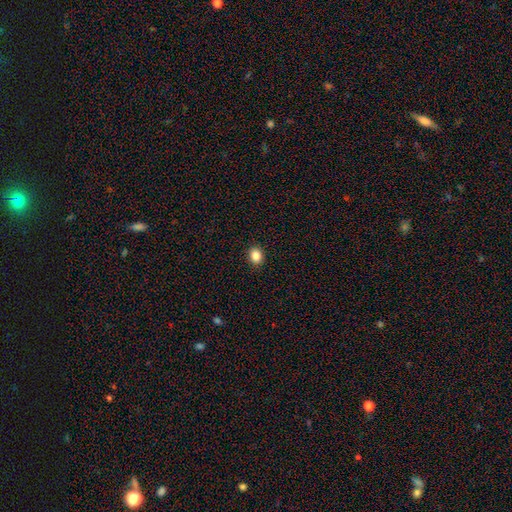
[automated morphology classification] Overall: smooth (86%). How rounded: round (57%; in between 43%). Merging: none (91%).